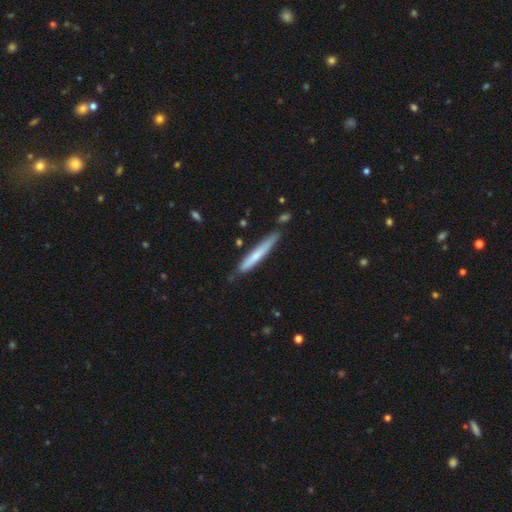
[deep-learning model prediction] smooth 63%, featured or disk 32%, star or artifact 6%. Down the decision tree: how rounded — cigar-shaped (95%); merging — none (76%).